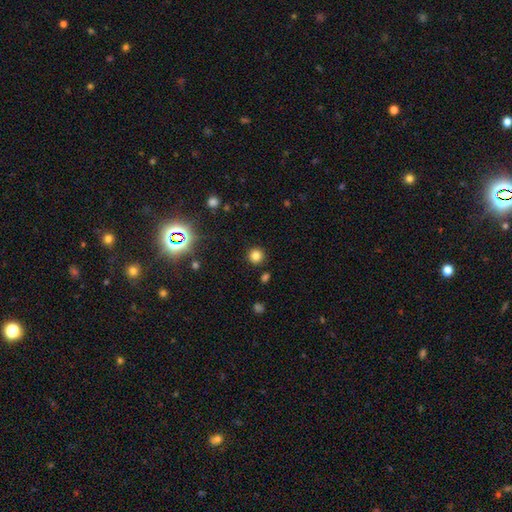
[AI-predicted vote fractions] Morphology: type=smooth (79%); roundness=round (94%); merging=none (90%).